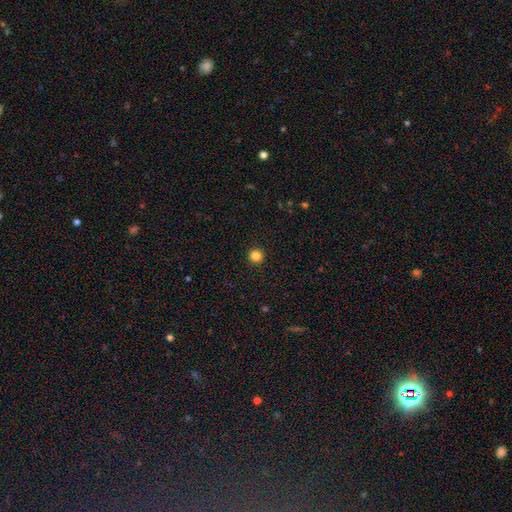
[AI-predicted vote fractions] A smooth galaxy with no disk features (84%) that is round (95%).

Vote fractions:
- Smooth or featured? smooth: 84% / star or artifact: 12% / featured or disk: 4%
- How rounded? round: 95% / in between: 4% / cigar-shaped: 1%
- Merging? none: 93% / minor disturbance: 4% / major disturbance: 2% / merger: 1%